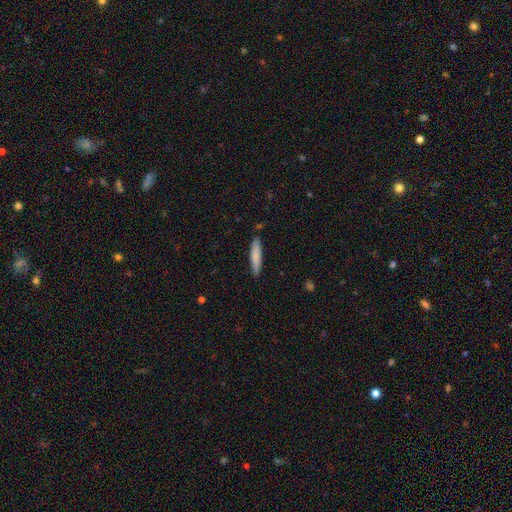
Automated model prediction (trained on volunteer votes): A smooth galaxy with no disk features (81%) that is cigar-shaped (85%). Merging: none (86%).